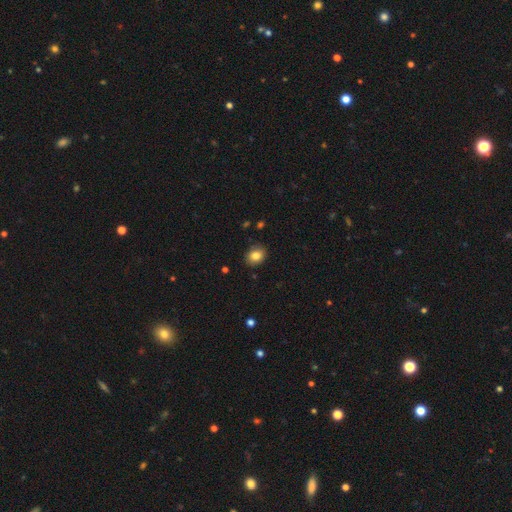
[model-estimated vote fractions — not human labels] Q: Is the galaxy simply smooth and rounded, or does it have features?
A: smooth — 83%.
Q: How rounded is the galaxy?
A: round — 58%.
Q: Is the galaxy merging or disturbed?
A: none — 86%.